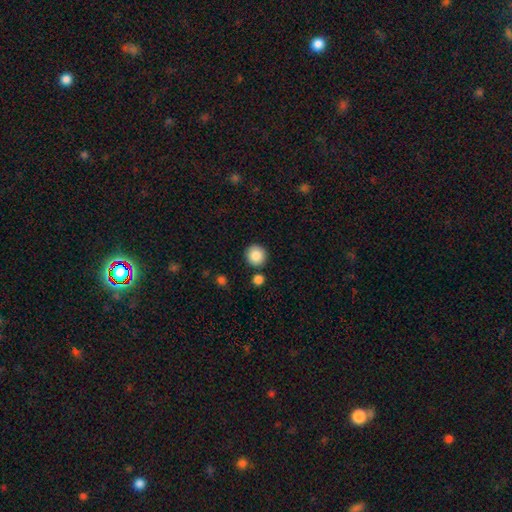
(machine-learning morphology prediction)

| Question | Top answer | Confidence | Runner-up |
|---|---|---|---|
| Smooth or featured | smooth | 86% | star or artifact (9%) |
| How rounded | round | 92% | in between (7%) |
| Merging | none | 86% | minor disturbance (7%) |